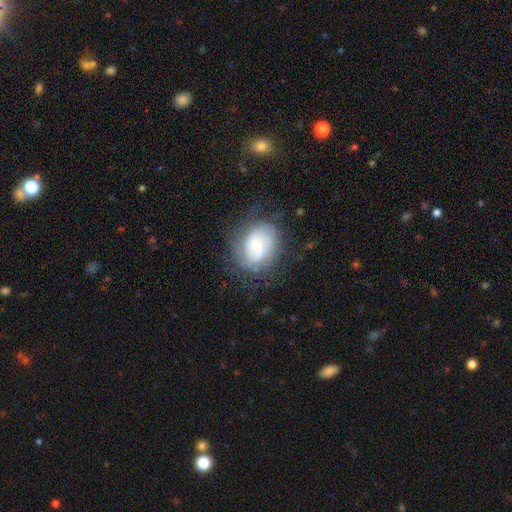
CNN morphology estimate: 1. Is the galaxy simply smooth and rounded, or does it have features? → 52% featured or disk, 40% smooth, 9% star or artifact.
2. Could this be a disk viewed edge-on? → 97% no, 3% yes.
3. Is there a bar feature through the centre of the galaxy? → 59% no, 34% weak, 7% strong.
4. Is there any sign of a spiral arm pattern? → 73% yes, 27% no.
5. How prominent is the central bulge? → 52% small, 35% moderate, 7% large, 5% none, 2% dominant.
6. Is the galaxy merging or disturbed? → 63% none, 22% minor disturbance, 12% major disturbance, 2% merger.